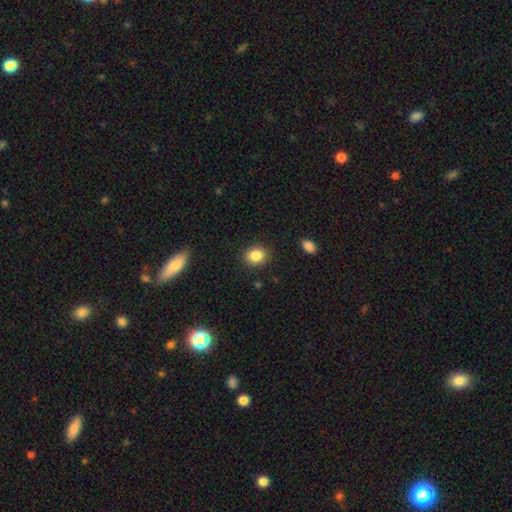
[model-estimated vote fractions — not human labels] smooth_or_featured: smooth (p=0.86) [alt: star or artifact p=0.09]
how_rounded: round (p=0.62) [alt: in between p=0.37]
merging: none (p=0.89) [alt: minor disturbance p=0.08]